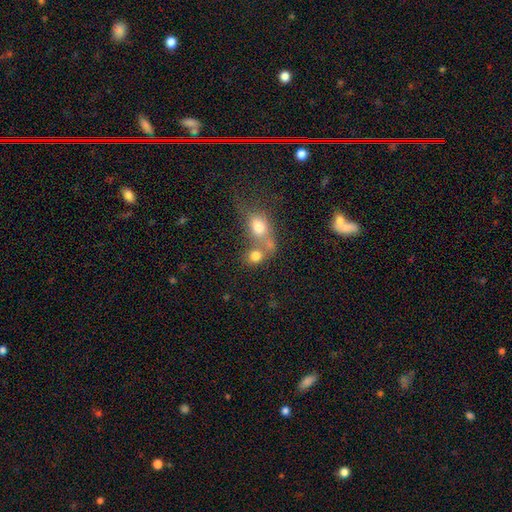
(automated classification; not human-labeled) This appears to be a smooth galaxy with no disk features (76%) that is round (65%). Merging: merger (49%).